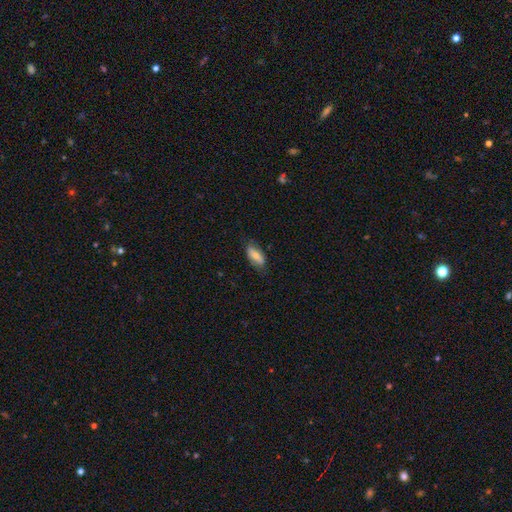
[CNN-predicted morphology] Smooth or featured?
  - smooth: 68% *
  - featured or disk: 26%
  - star or artifact: 6%
How rounded?
  - in between: 85% *
  - cigar-shaped: 12%
  - round: 3%
Merging?
  - none: 74% *
  - minor disturbance: 20%
  - major disturbance: 5%
  - merger: 1%